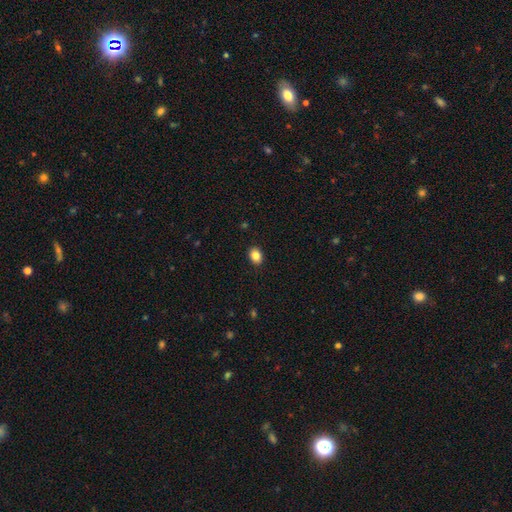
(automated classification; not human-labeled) smooth-or-featured: smooth: 86% | star or artifact: 9% | featured or disk: 5%
  how-rounded: in between: 63% | round: 36% | cigar-shaped: 1%
  merging: none: 90% | minor disturbance: 7% | major disturbance: 2% | merger: 1%